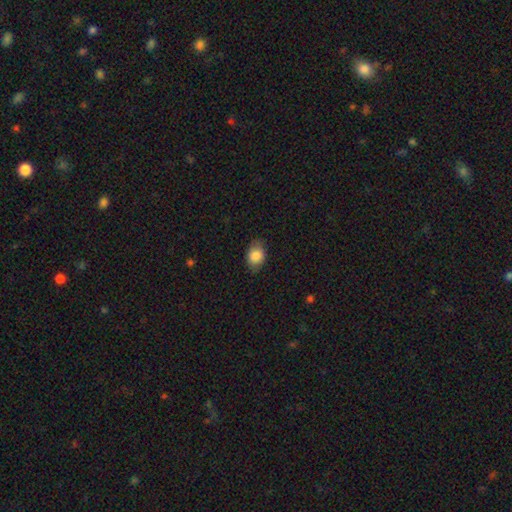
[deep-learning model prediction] This is clearly a smooth galaxy (84%). How rounded: likely in between (73%). Merging: likely none (78%).